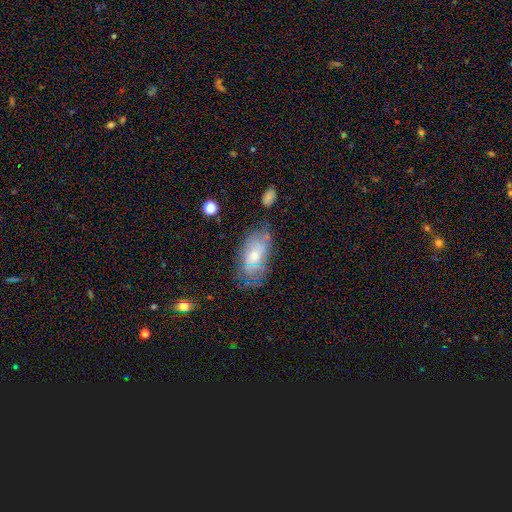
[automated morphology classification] The model was most divided on "smooth or featured": featured or disk: 55%, smooth: 35%, star or artifact: 10%. More confident: edge-on disk — no (89%); merging — none (62%).